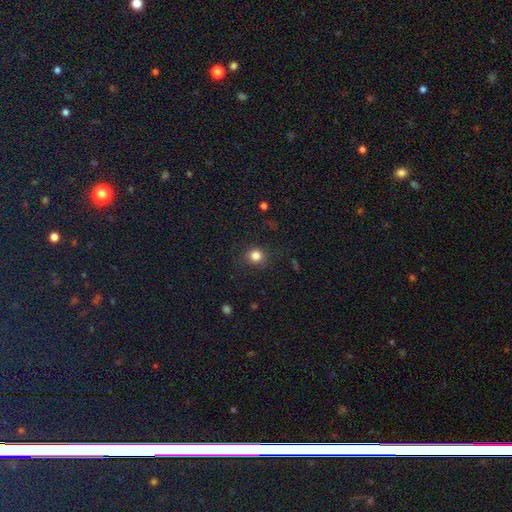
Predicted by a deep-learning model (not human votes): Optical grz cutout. It shows a smooth galaxy with no disk features (82%) that is round (87%). Merging: none (83%).